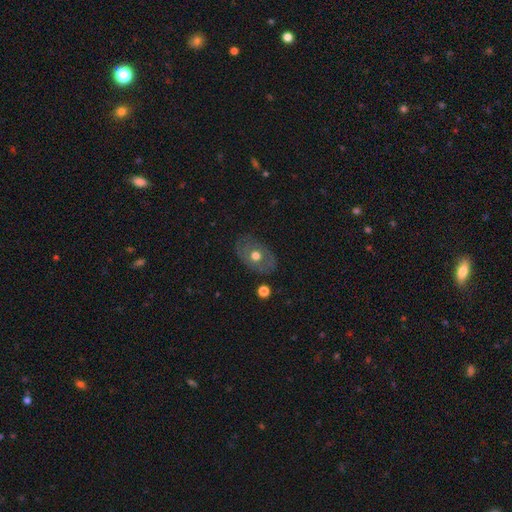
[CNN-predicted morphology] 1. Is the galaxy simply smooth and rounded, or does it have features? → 49% featured or disk, 43% smooth, 9% star or artifact.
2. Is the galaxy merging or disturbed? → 75% none, 17% minor disturbance, 6% major disturbance, 2% merger.